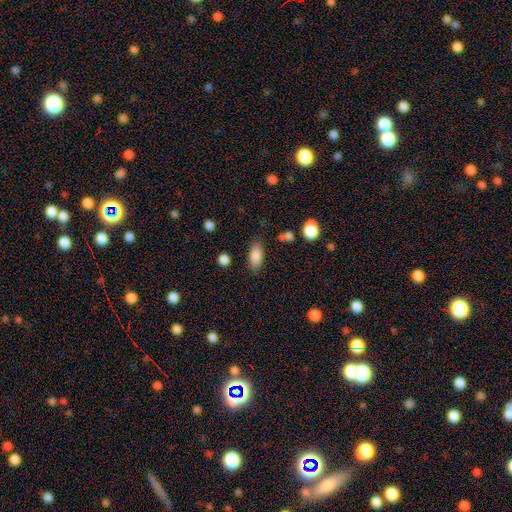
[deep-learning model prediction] Smooth or featured? Predicted: smooth (p=0.84). How rounded? Predicted: in between (p=0.85). Merging? Predicted: none (p=0.81).